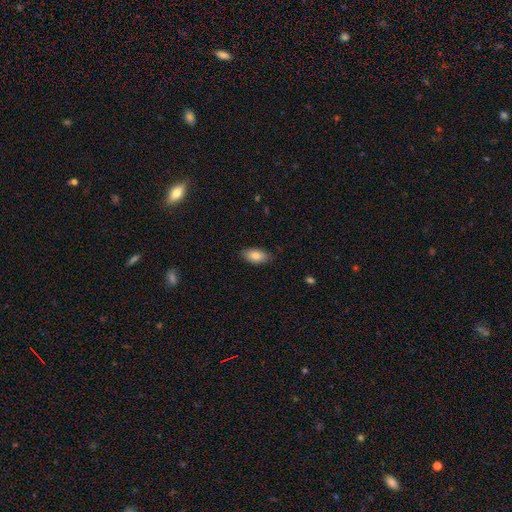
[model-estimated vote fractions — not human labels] Smooth or featured: smooth — 83% (featured or disk — 10%)
How rounded: in between — 92% (cigar-shaped — 5%)
Merging: none — 85% (minor disturbance — 12%)